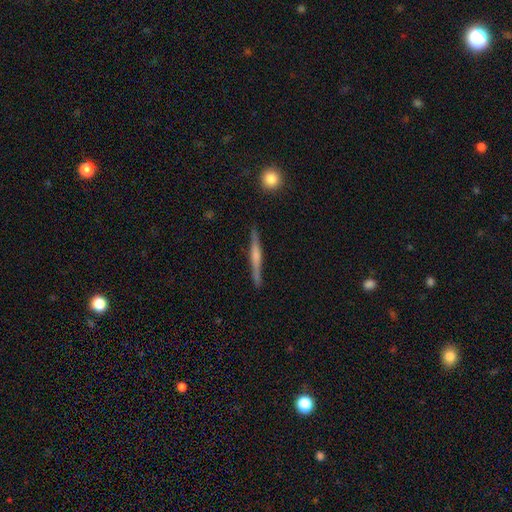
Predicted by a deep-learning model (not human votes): The model was most divided on "edge-on bulge": rounded: 55%, none: 24%, boxy: 21%. More confident: edge-on disk — yes (98%); merging — none (89%); smooth or featured — featured or disk (66%).